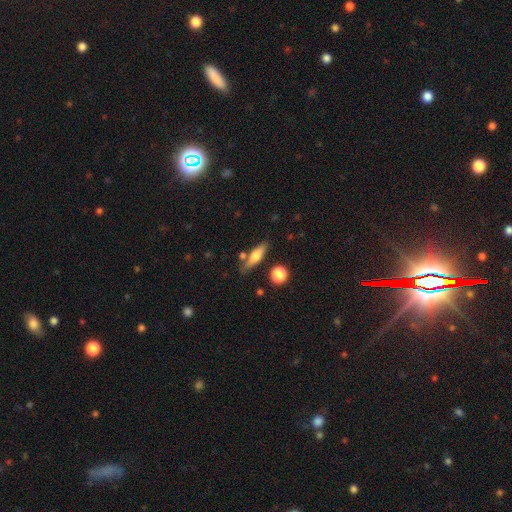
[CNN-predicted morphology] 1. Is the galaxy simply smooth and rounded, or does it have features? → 62% smooth, 30% featured or disk, 8% star or artifact.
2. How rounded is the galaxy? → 62% cigar-shaped, 34% in between, 3% round.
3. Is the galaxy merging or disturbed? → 74% none, 14% minor disturbance, 8% merger, 4% major disturbance.